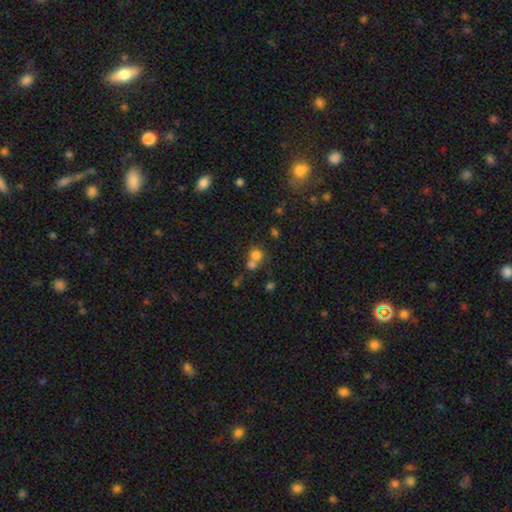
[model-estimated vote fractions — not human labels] smooth 73%, star or artifact 15%, featured or disk 11%. Down the decision tree: how rounded — round (84%); merging — merger (48%).